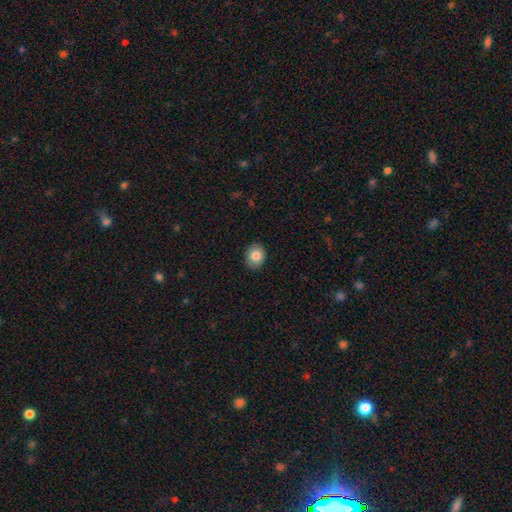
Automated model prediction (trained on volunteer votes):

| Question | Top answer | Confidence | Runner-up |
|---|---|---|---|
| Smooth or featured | smooth | 83% | star or artifact (9%) |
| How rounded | round | 58% | in between (41%) |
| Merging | none | 89% | minor disturbance (8%) |